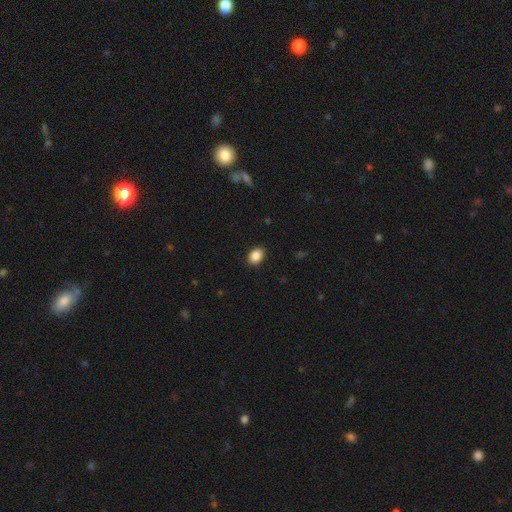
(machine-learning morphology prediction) Smooth or featured? Predicted: smooth (p=0.88). How rounded? Predicted: in between (p=0.78). Merging? Predicted: none (p=0.89).